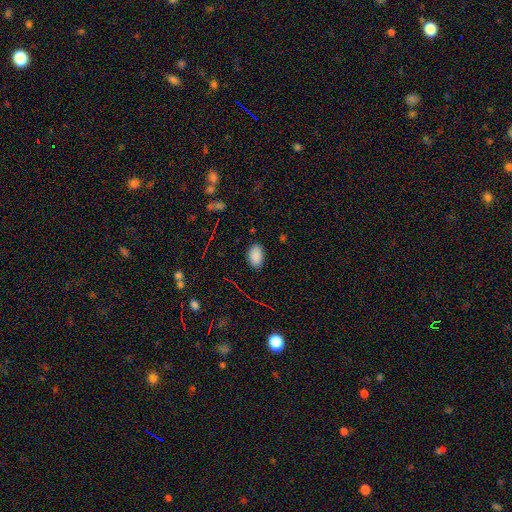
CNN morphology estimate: This appears to be a smooth galaxy with no disk features (87%) that is in between round and cigar-shaped (92%). Merging: none (85%).